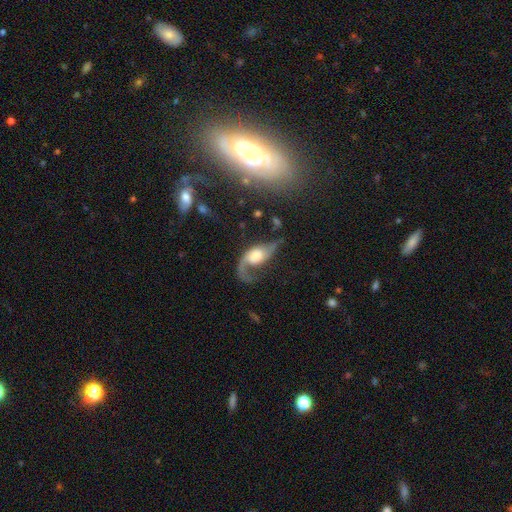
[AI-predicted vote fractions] smooth_or_featured: featured or disk (p=0.79) [alt: smooth p=0.15]
disk_edge_on: no (p=0.95) [alt: yes p=0.05]
bar: no (p=0.68) [alt: weak p=0.26]
has_spiral_arms: yes (p=0.93) [alt: no p=0.07]
spiral_winding: loose (p=0.65) [alt: medium p=0.27]
spiral_arm_count: 2 (p=0.61) [alt: 1 p=0.34]
bulge_size: moderate (p=0.43) [alt: large p=0.30]
merging: none (p=0.40) [alt: major disturbance p=0.34]